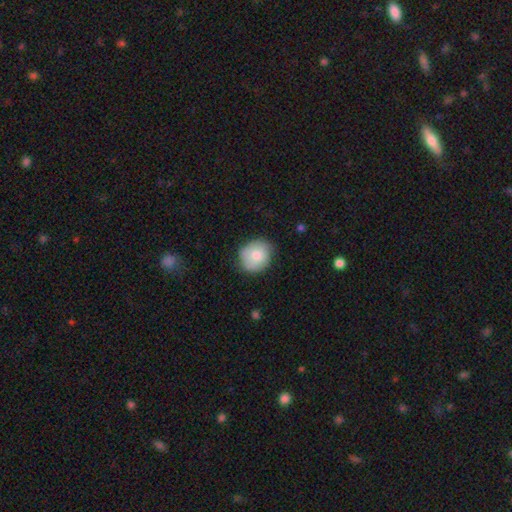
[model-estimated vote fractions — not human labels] The model was most divided on "merging": none: 75%, minor disturbance: 20%, major disturbance: 4%, merger: 1%. More confident: how rounded — round (81%); smooth or featured — smooth (78%).